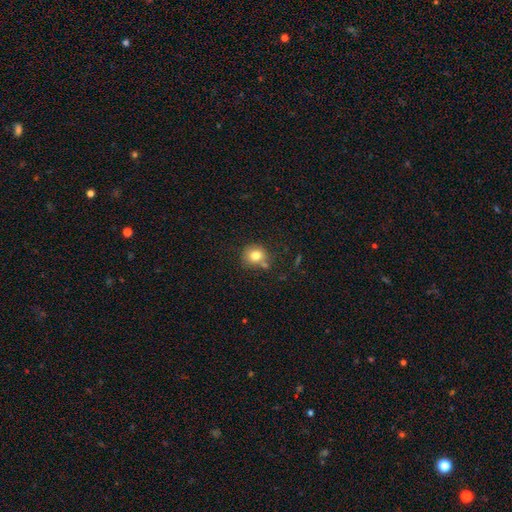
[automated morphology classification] A smooth galaxy with no disk features (79%) that is round (81%).

Vote fractions:
- Smooth or featured? smooth: 79% / star or artifact: 11% / featured or disk: 10%
- How rounded? round: 81% / in between: 18% / cigar-shaped: 1%
- Merging? none: 66% / minor disturbance: 17% / merger: 13% / major disturbance: 5%